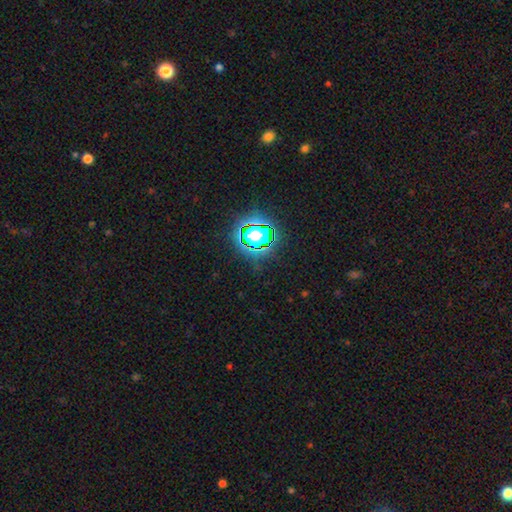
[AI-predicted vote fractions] This is likely a star or artifact rather than a galaxy (77%).